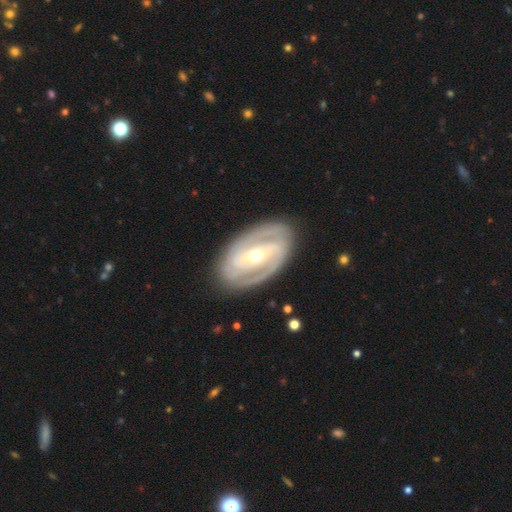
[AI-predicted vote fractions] Q: Smooth or featured?
A: featured or disk (87%); runner-up: smooth (9%)
Q: Edge-on disk?
A: no (95%); runner-up: yes (5%)
Q: Bar?
A: strong (44%); runner-up: weak (32%)
Q: Spiral arms?
A: yes (91%); runner-up: no (9%)
Q: Spiral winding?
A: tight (60%); runner-up: medium (32%)
Q: Spiral arm count?
A: 2 (74%); runner-up: can't tell (11%)
Q: Bulge size?
A: moderate (55%); runner-up: small (41%)
Q: Merging?
A: none (83%); runner-up: minor disturbance (12%)